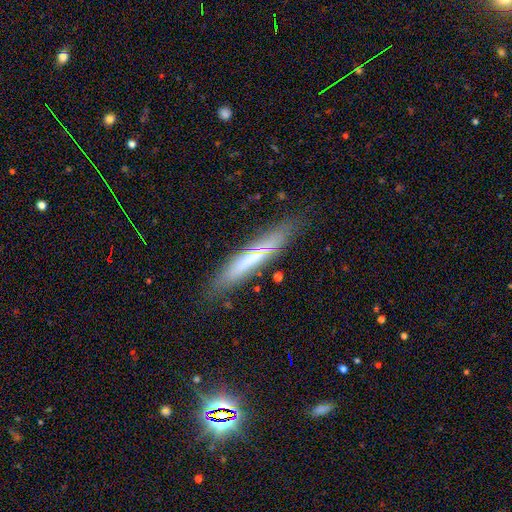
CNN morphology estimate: Smooth or featured? smooth (54%)
How rounded? cigar-shaped (93%)
Merging? none (84%)